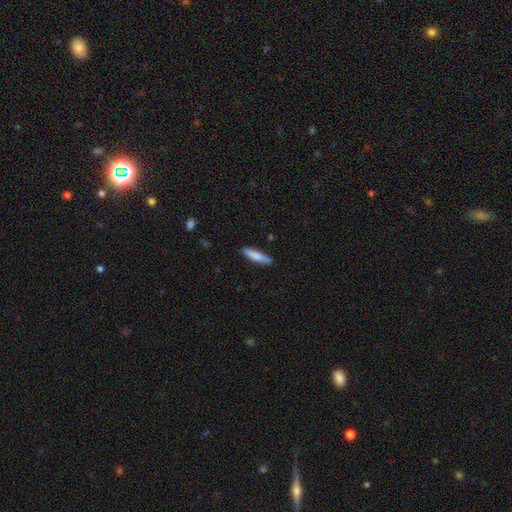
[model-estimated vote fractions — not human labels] Smooth or featured?
  - smooth: 80% *
  - featured or disk: 15%
  - star or artifact: 6%
How rounded?
  - cigar-shaped: 83% *
  - in between: 16%
  - round: 1%
Merging?
  - none: 84% *
  - minor disturbance: 12%
  - major disturbance: 2%
  - merger: 1%